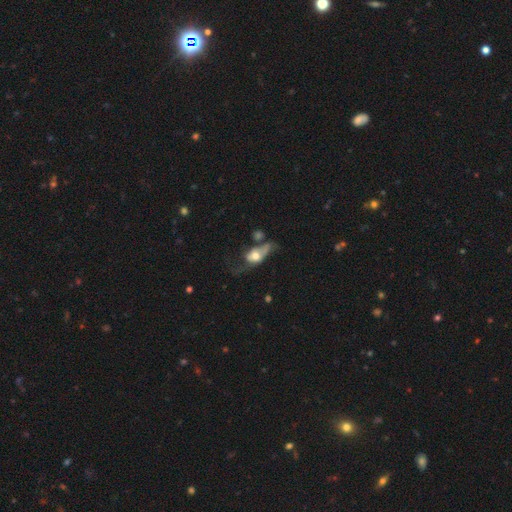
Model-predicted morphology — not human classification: Q: Smooth or featured?
A: smooth (47%); runner-up: featured or disk (45%)
Q: Merging?
A: major disturbance (43%); runner-up: merger (21%)